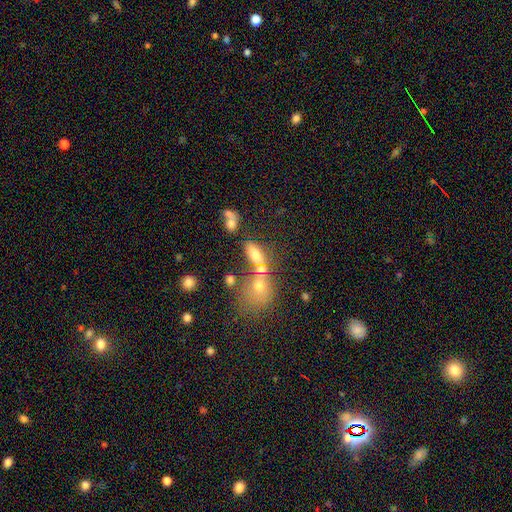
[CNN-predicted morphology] Smooth or featured?
  - smooth: 62% *
  - featured or disk: 22%
  - star or artifact: 16%
How rounded?
  - in between: 69% *
  - cigar-shaped: 17%
  - round: 14%
Merging?
  - none: 45% *
  - merger: 35%
  - minor disturbance: 13%
  - major disturbance: 7%